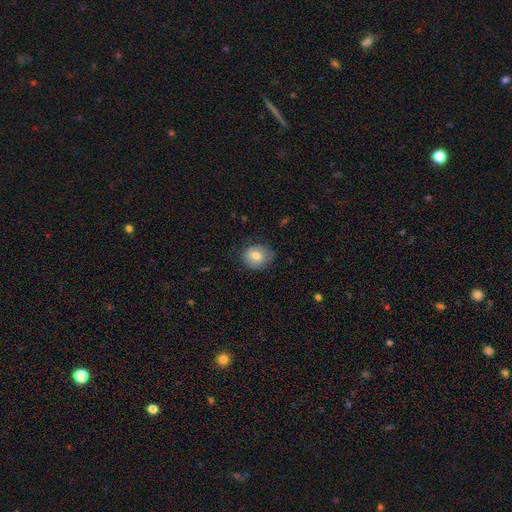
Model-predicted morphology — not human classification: A smooth galaxy with no disk features (76%) that is round (67%). Merging: none (76%).